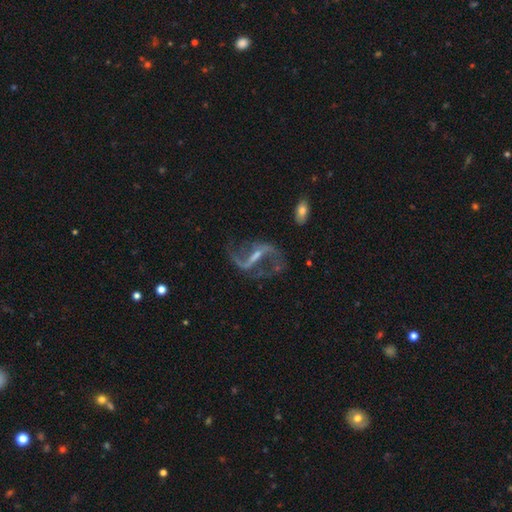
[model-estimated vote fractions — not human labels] A featured or disk galaxy (89%) with a strong bar (53%), 2 (92%) loose (73%) spiral arms (94%) and a small central bulge (57%). Merging: none (65%).